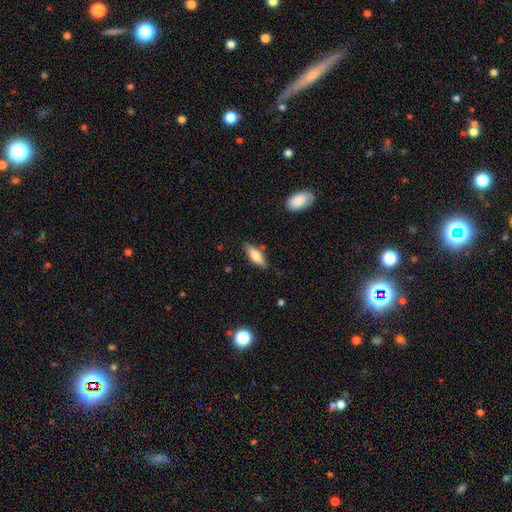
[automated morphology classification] smooth 72%, featured or disk 21%, star or artifact 6%. Down the decision tree: how rounded — in between (55%); merging — none (79%).